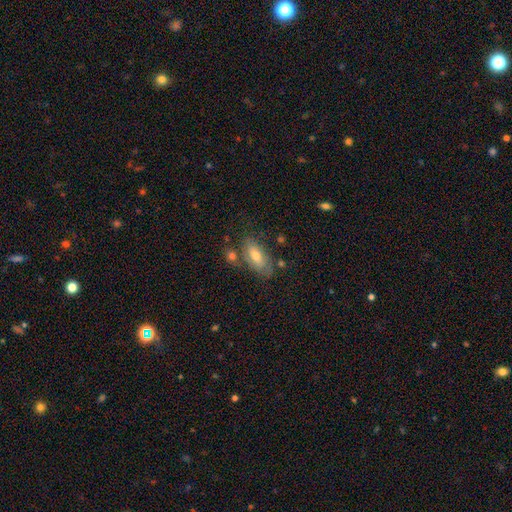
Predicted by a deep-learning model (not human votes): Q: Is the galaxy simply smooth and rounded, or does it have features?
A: smooth — 64%.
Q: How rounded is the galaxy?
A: in between — 85%.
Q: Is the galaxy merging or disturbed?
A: none — 64%.